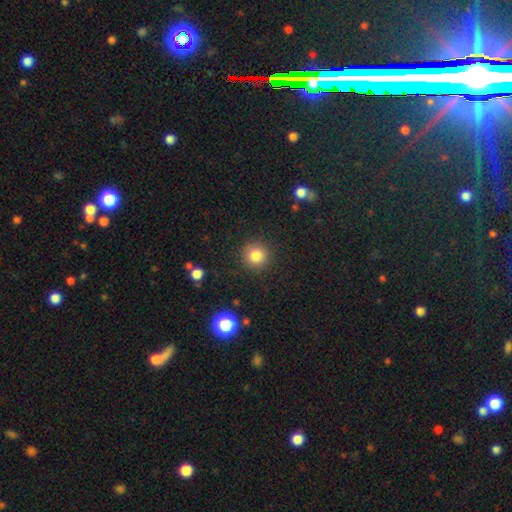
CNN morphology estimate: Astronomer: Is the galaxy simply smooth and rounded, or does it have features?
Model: smooth — 83%.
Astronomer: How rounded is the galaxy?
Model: round — 93%.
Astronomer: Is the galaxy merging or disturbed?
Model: none — 89%.